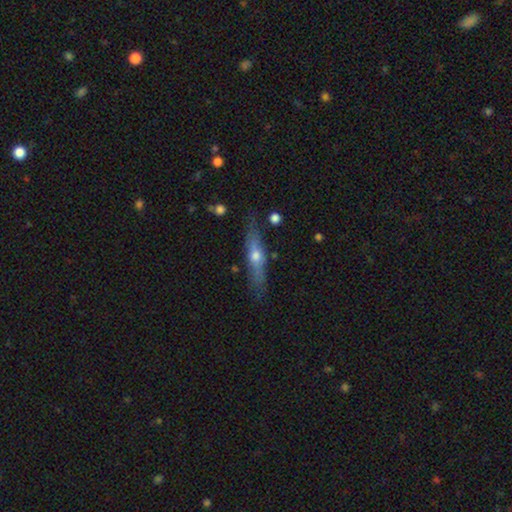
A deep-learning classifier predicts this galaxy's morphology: Overall: featured or disk (65%; smooth 28%). Edge-on disk: yes (89%). Edge-on bulge: rounded (89%). Merging: none (83%).